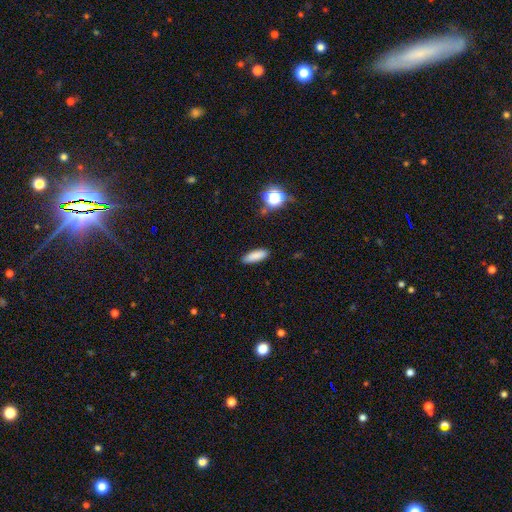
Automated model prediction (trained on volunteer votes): smooth_or_featured: smooth (p=0.85) [alt: star or artifact p=0.09]
how_rounded: in between (p=0.56) [alt: cigar-shaped p=0.42]
merging: none (p=0.87) [alt: minor disturbance p=0.09]